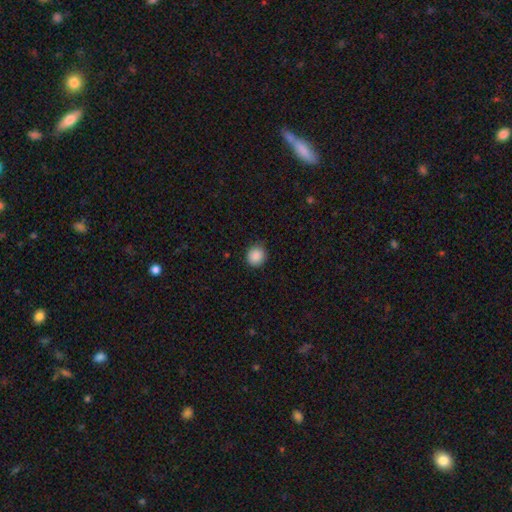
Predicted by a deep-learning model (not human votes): Smooth or featured? smooth (88%)
How rounded? round (88%)
Merging? none (87%)